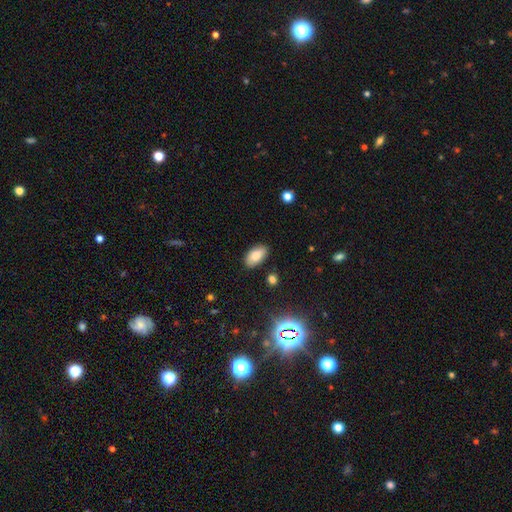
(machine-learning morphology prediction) The model was most divided on "smooth or featured": smooth: 81%, featured or disk: 10%, star or artifact: 9%. More confident: how rounded — in between (94%); merging — none (85%).